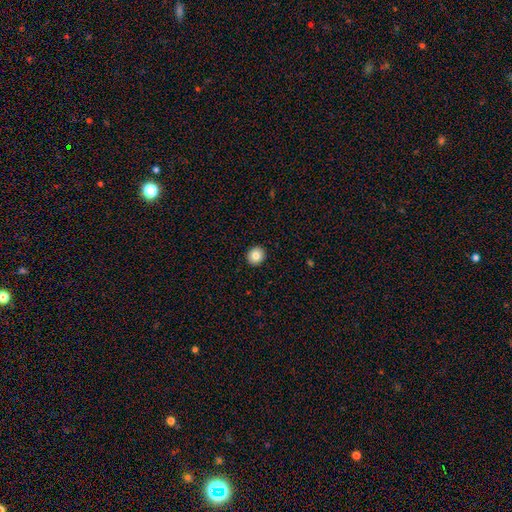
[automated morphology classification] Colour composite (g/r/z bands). It shows a smooth galaxy with no disk features (84%) that is round (88%). Merging: none (93%).